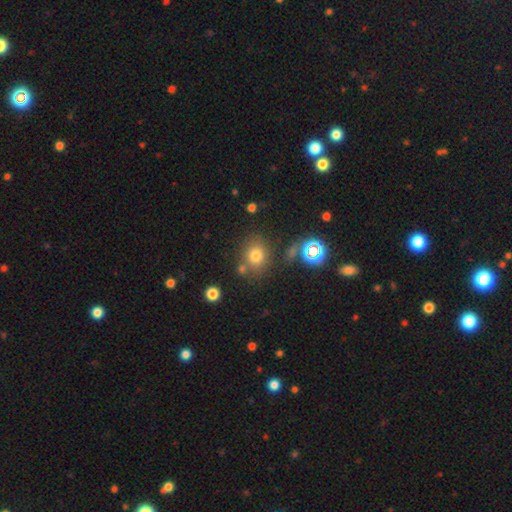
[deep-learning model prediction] This is likely a smooth galaxy (73%). How rounded: likely round (74%). Merging: likely none (72%).